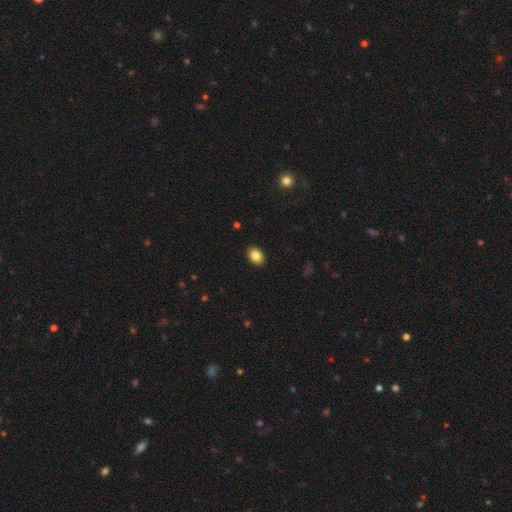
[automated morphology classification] type=smooth (85%); roundness=in between (76%); merging=none (91%).